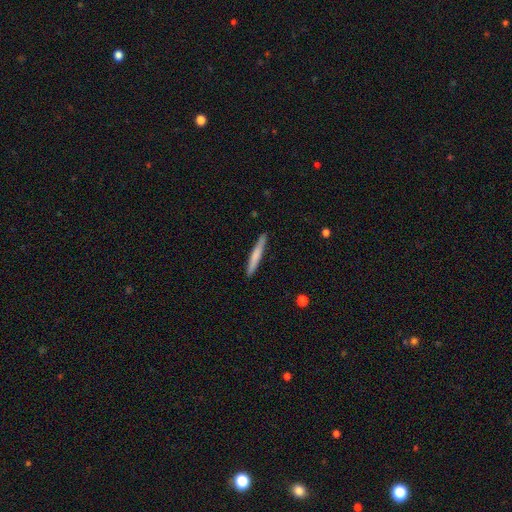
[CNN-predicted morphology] smooth 67%, featured or disk 28%, star or artifact 5%. Down the decision tree: how rounded — cigar-shaped (96%); merging — none (91%).